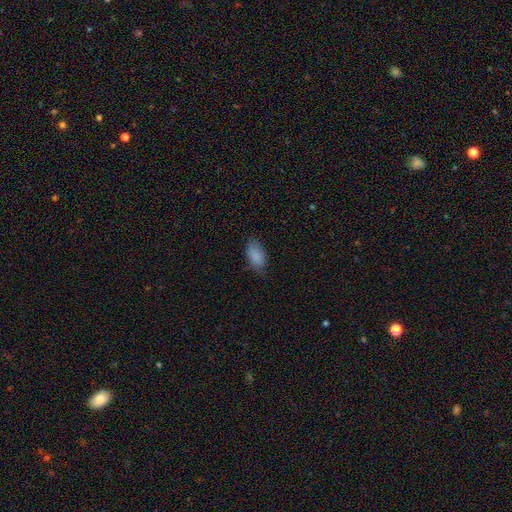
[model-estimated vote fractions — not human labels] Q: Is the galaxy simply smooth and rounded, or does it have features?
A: smooth — 87%.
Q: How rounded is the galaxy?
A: in between — 93%.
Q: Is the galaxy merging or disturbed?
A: none — 72%.